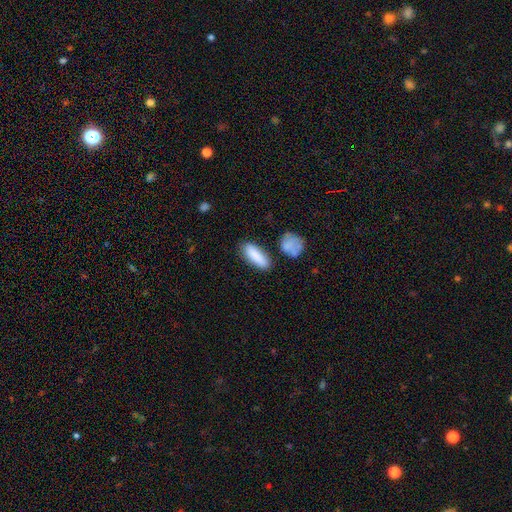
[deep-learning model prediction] Smooth or featured?
  - smooth: 87% *
  - featured or disk: 7%
  - star or artifact: 6%
How rounded?
  - in between: 58% *
  - cigar-shaped: 40%
  - round: 2%
Merging?
  - none: 78% *
  - minor disturbance: 12%
  - merger: 6%
  - major disturbance: 3%